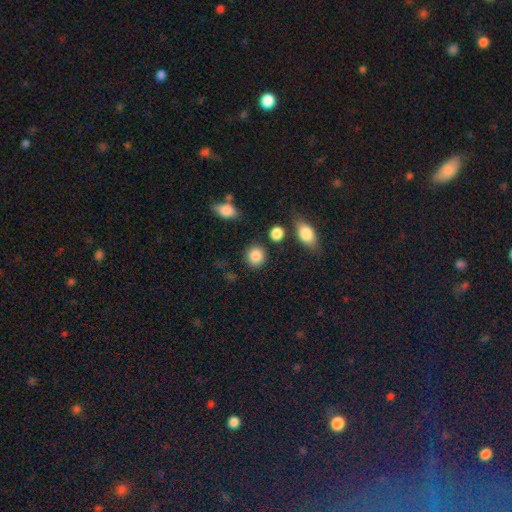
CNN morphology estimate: Smooth or featured? smooth (87%)
How rounded? round (84%)
Merging? none (85%)